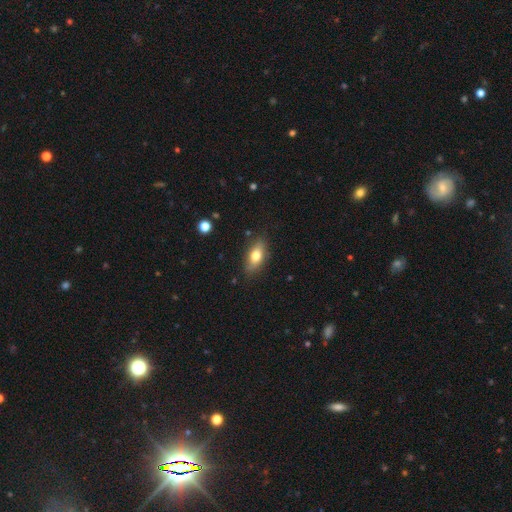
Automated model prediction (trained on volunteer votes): smooth 69%, featured or disk 23%, star or artifact 7%. Down the decision tree: how rounded — in between (82%); merging — none (81%).